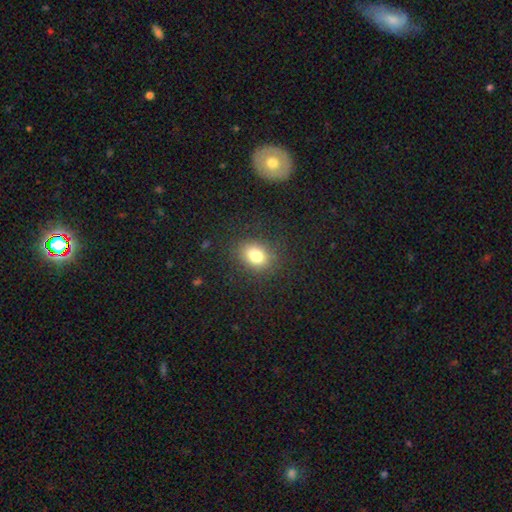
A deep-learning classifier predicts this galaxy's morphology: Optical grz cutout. It shows a smooth galaxy with no disk features (78%) that is in between round and cigar-shaped (50%). Merging: none (84%).